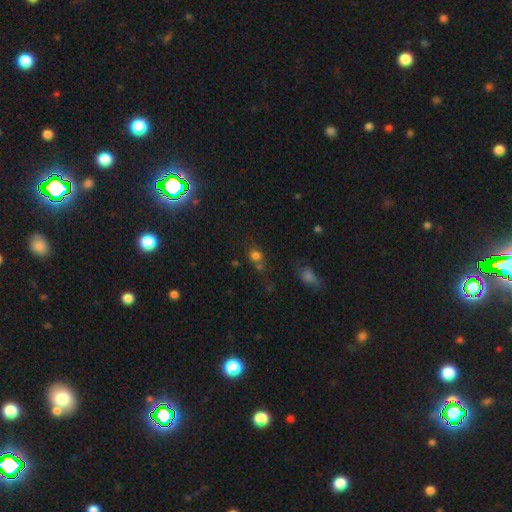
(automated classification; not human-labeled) This is likely a smooth galaxy (71%). How rounded: clearly round (80%). Merging: possibly none (57%).